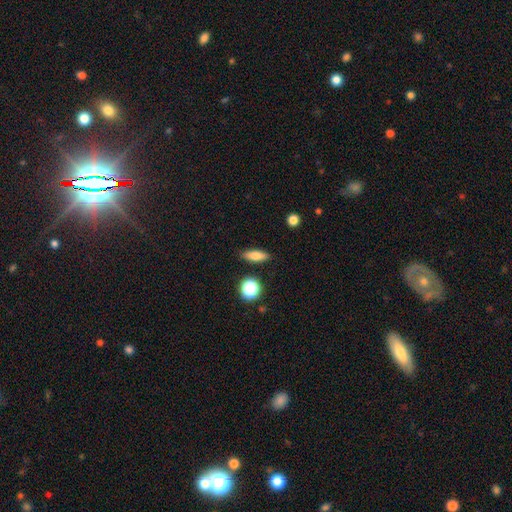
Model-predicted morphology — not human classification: Smooth or featured? Predicted: smooth (p=0.76). How rounded? Predicted: in between (p=0.55). Merging? Predicted: none (p=0.87).